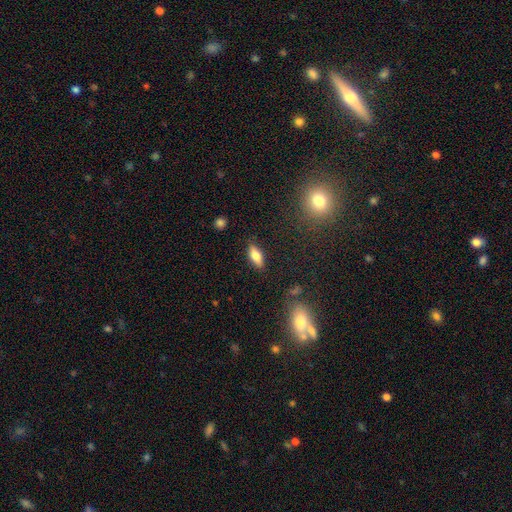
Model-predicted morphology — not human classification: Q: Smooth or featured?
A: smooth (70%); runner-up: featured or disk (22%)
Q: How rounded?
A: in between (73%); runner-up: cigar-shaped (24%)
Q: Merging?
A: none (85%); runner-up: minor disturbance (10%)